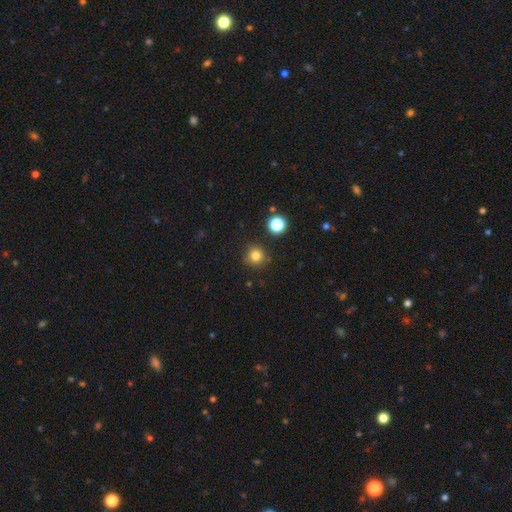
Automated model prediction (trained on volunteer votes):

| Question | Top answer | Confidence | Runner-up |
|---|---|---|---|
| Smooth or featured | smooth | 80% | star or artifact (14%) |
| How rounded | round | 94% | in between (5%) |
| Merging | none | 86% | minor disturbance (8%) |